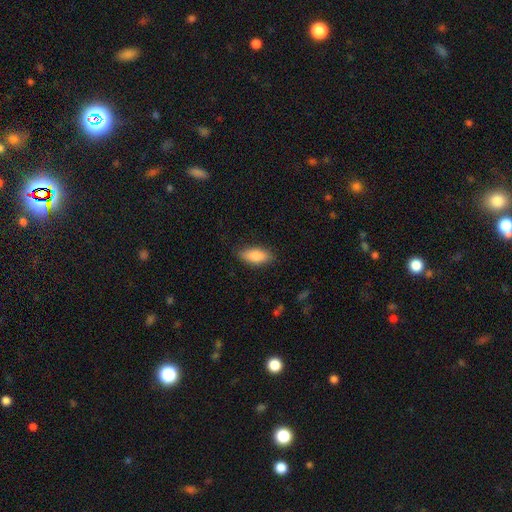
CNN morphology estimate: The model was most divided on "how rounded": in between: 82%, cigar-shaped: 15%, round: 3%. More confident: merging — none (84%); smooth or featured — smooth (83%).